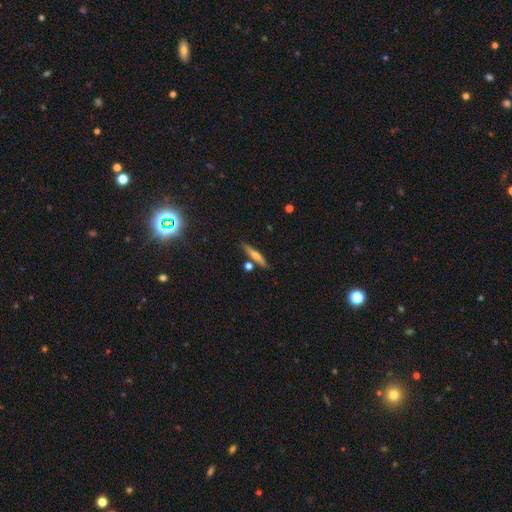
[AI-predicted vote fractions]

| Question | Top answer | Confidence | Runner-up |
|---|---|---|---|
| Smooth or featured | smooth | 49% | featured or disk (43%) |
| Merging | none | 79% | minor disturbance (10%) |